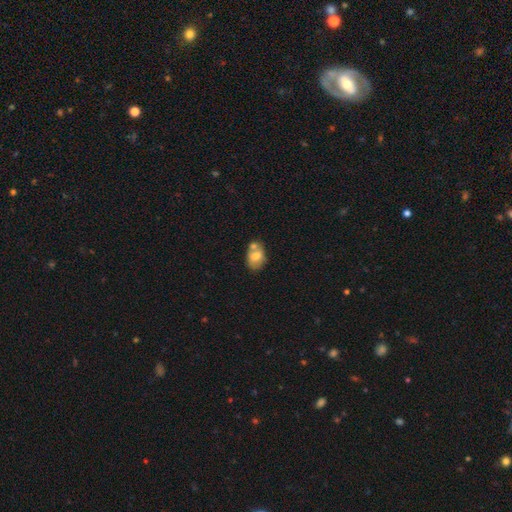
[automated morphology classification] Overall: smooth (71%). How rounded: in between (78%). Merging: none (43%; merger 36%).